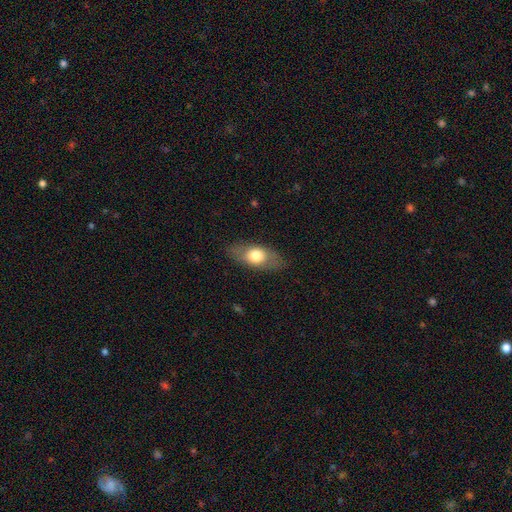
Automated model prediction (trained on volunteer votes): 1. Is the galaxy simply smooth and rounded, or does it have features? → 65% smooth, 28% featured or disk, 7% star or artifact.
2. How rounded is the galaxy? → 81% in between, 10% cigar-shaped, 9% round.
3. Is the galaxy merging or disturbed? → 82% none, 13% minor disturbance, 4% major disturbance, 1% merger.